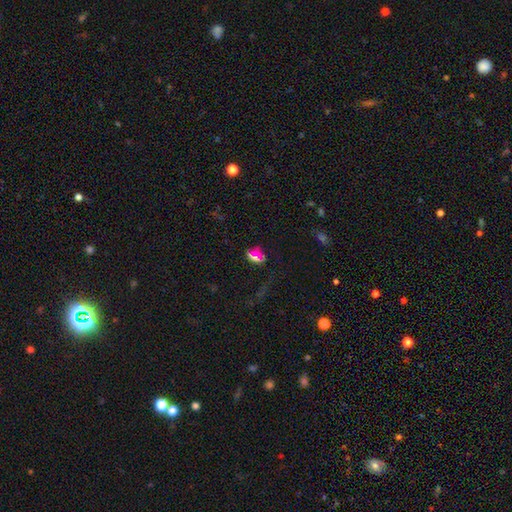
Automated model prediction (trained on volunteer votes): Overall: smooth (47%; star or artifact 38%). Merging: none (71%).